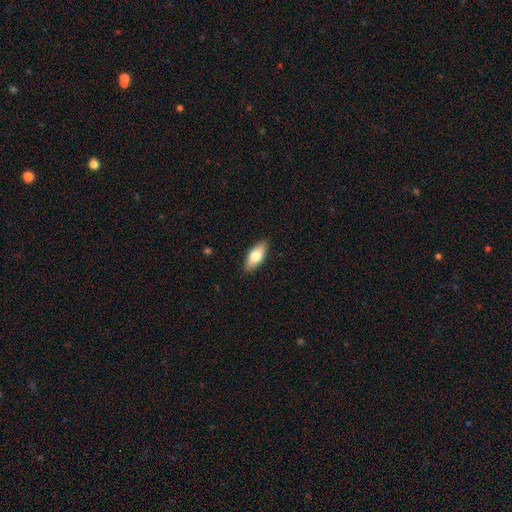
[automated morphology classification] Smooth or featured? smooth (72%)
How rounded? in between (81%)
Merging? none (87%)